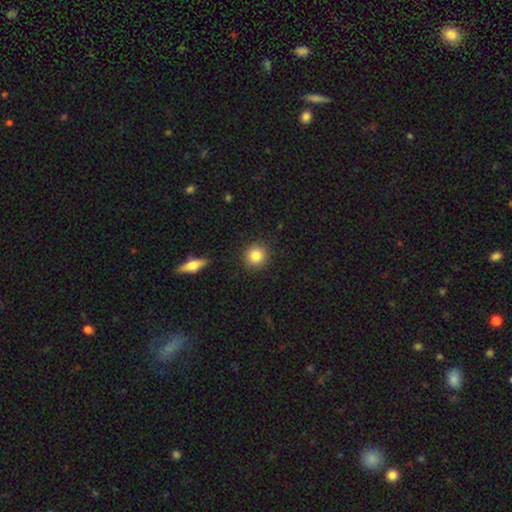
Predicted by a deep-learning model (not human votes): A smooth galaxy with no disk features (84%) that is round (92%). Merging: none (90%).